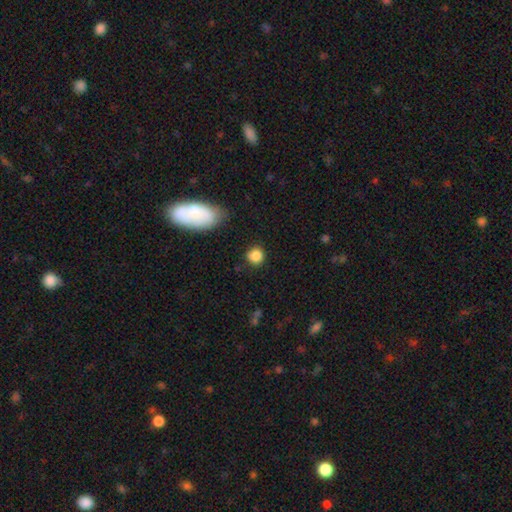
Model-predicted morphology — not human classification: Smooth or featured? Predicted: smooth (p=0.85). How rounded? Predicted: round (p=0.87). Merging? Predicted: none (p=0.82).